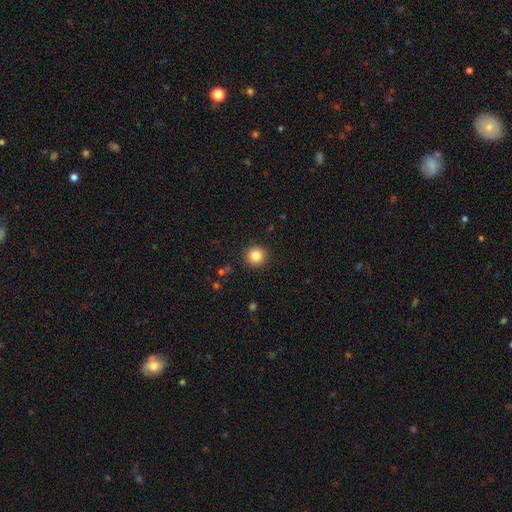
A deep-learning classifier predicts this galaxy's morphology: A smooth galaxy with no disk features (85%) that is round (95%). Merging: none (91%).